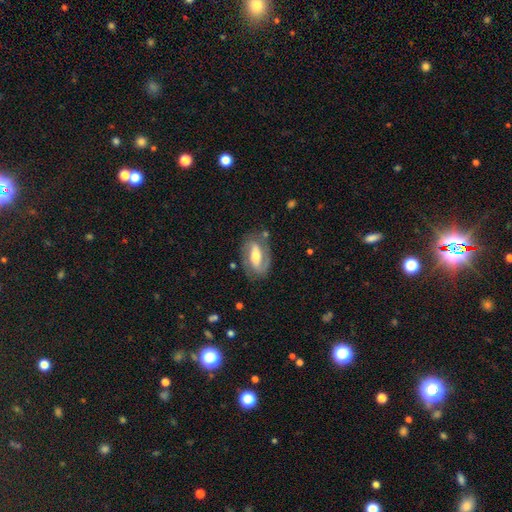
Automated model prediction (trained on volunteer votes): Smooth or featured: featured or disk — 76% (smooth — 19%)
Edge-on disk: no — 93% (yes — 7%)
Bar: strong — 49% (weak — 30%)
Spiral arms: yes — 85% (no — 15%)
Spiral winding: medium — 45% (tight — 38%)
Spiral arm count: 2 — 83% (can't tell — 8%)
Bulge size: moderate — 60% (small — 26%)
Merging: none — 75% (minor disturbance — 16%)